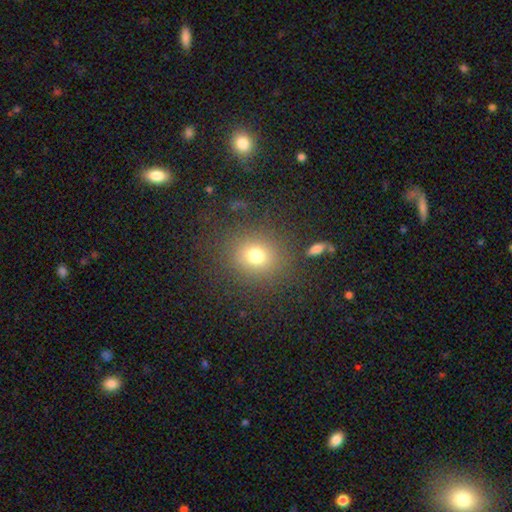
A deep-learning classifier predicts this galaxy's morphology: The model was most divided on "how rounded": round: 77%, in between: 22%, cigar-shaped: 1%. More confident: merging — none (83%); smooth or featured — smooth (74%).